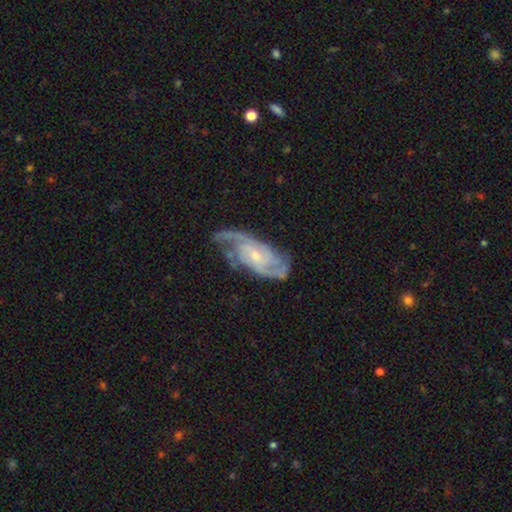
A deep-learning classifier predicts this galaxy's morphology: Smooth or featured? featured or disk (89%)
Edge-on disk? no (95%)
Bar? no (60%)
Spiral arms? yes (98%)
Spiral winding? medium (47%)
Spiral arm count? 2 (41%)
Bulge size? small (67%)
Merging? none (68%)